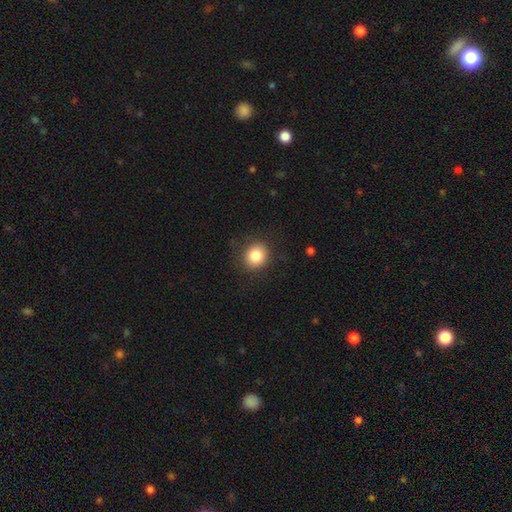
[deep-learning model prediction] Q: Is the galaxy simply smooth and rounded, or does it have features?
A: smooth — 84%.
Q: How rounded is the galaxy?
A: round — 84%.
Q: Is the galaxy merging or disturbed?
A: none — 87%.